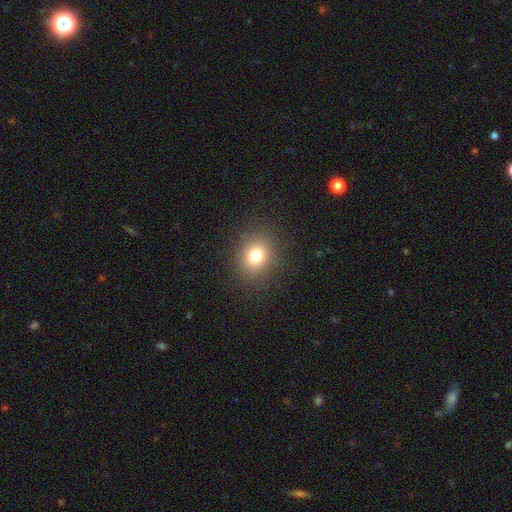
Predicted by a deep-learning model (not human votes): Morphology: type=smooth (78%); roundness=round (66%); merging=none (87%).